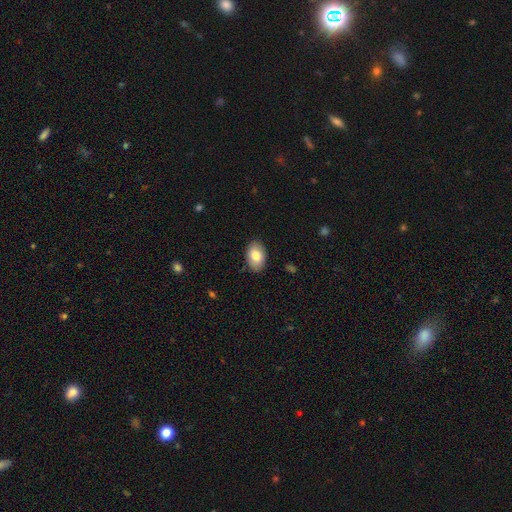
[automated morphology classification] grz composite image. It shows a smooth galaxy with no disk features (81%) that is in between round and cigar-shaped (91%). Merging: none (87%).